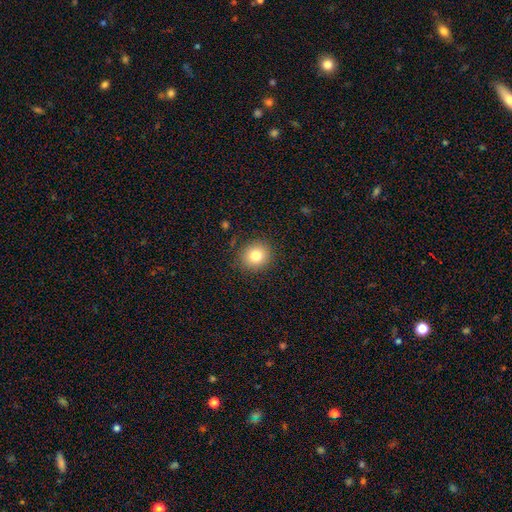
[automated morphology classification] A smooth galaxy with no disk features (80%) that is round (86%).

Vote fractions:
- Smooth or featured? smooth: 80% / star or artifact: 11% / featured or disk: 9%
- How rounded? round: 86% / in between: 13% / cigar-shaped: 1%
- Merging? none: 88% / minor disturbance: 8% / major disturbance: 3% / merger: 1%